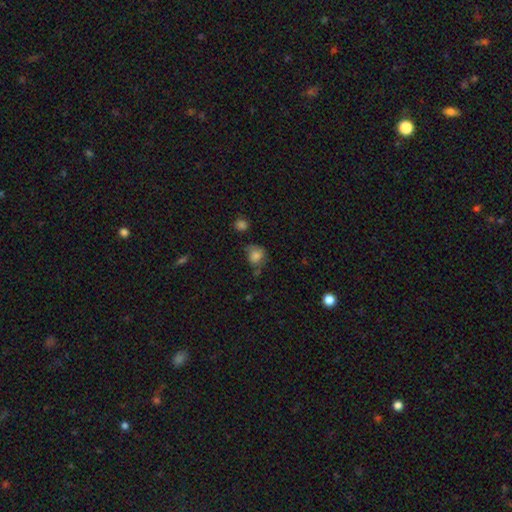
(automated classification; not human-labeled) Smooth or featured: smooth — 77% (star or artifact — 12%)
How rounded: round — 62% (in between — 37%)
Merging: none — 46% (minor disturbance — 31%)